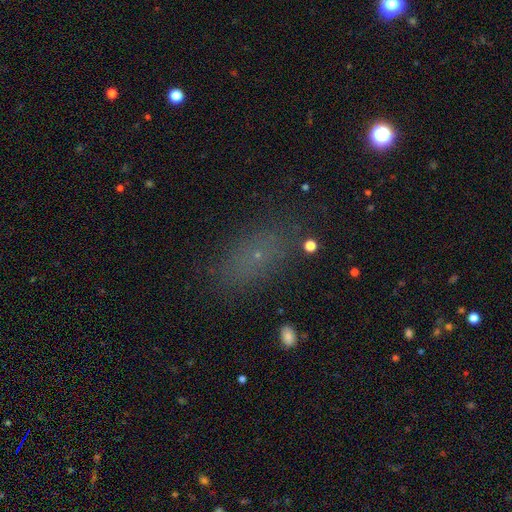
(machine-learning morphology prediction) smooth_or_featured: smooth (p=0.58) [alt: star or artifact p=0.30]
how_rounded: in between (p=0.80) [alt: round p=0.11]
merging: none (p=0.81) [alt: minor disturbance p=0.12]